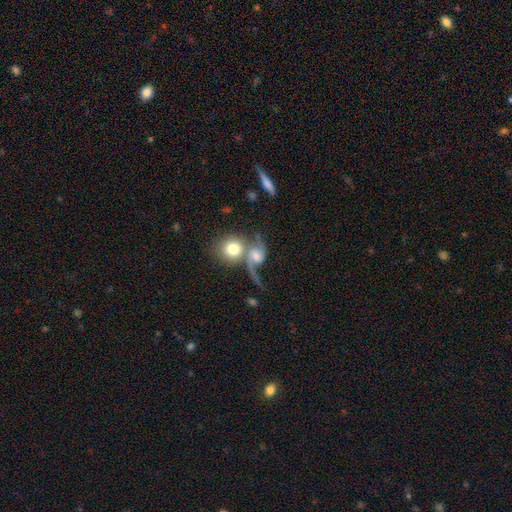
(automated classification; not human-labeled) A featured or disk galaxy (64%) with no bar (57%), 2 (69%) loose (83%) spiral arms (87%) and a moderate central bulge (44%).

Vote fractions:
- Smooth or featured? featured or disk: 64% / smooth: 28% / star or artifact: 8%
- Edge-on disk? no: 96% / yes: 4%
- Bar? no: 57% / weak: 33% / strong: 10%
- Spiral arms? yes: 87% / no: 13%
- Spiral winding? loose: 83% / medium: 14% / tight: 3%
- Spiral arm count? 2: 69% / 1: 26% / can't tell: 3% / 3: 1% / 4: 1% / more than 4: 1%
- Bulge size? moderate: 44% / large: 23% / small: 20% / none: 8% / dominant: 5%
- Merging? merger: 53% / none: 22% / major disturbance: 16% / minor disturbance: 9%